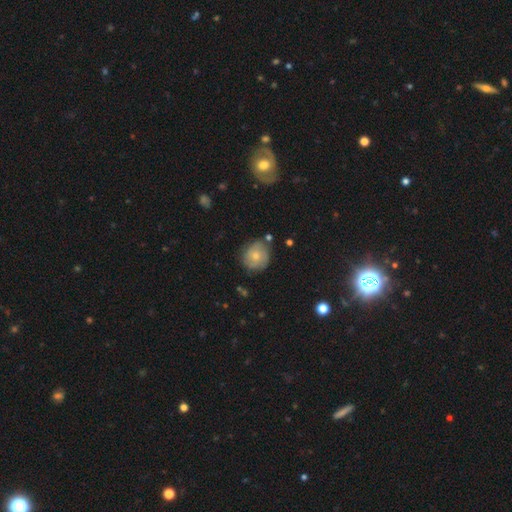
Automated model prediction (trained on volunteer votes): This is possibly a smooth galaxy (57%). How rounded: clearly round (84%). Merging: likely none (72%).